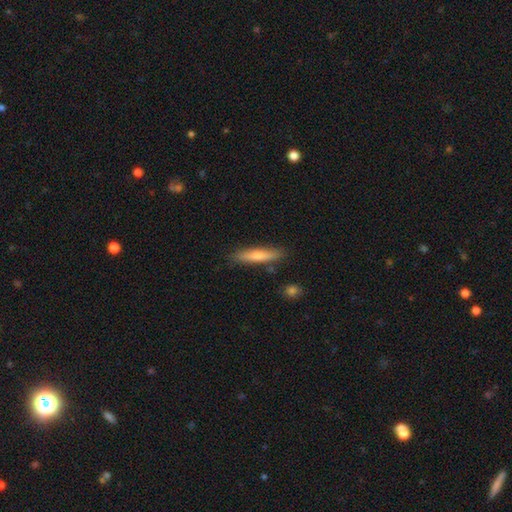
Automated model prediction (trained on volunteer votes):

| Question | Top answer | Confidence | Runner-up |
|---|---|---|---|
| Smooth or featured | smooth | 58% | featured or disk (34%) |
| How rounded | cigar-shaped | 88% | in between (10%) |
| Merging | none | 86% | minor disturbance (10%) |